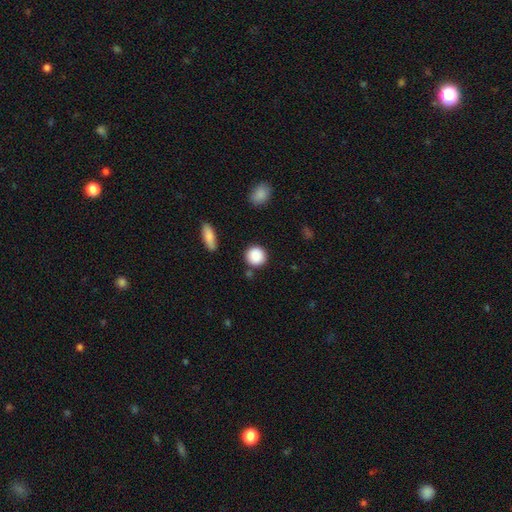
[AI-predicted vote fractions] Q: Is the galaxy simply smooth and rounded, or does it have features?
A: smooth — 88%.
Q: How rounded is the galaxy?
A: round — 92%.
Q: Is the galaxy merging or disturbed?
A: none — 85%.